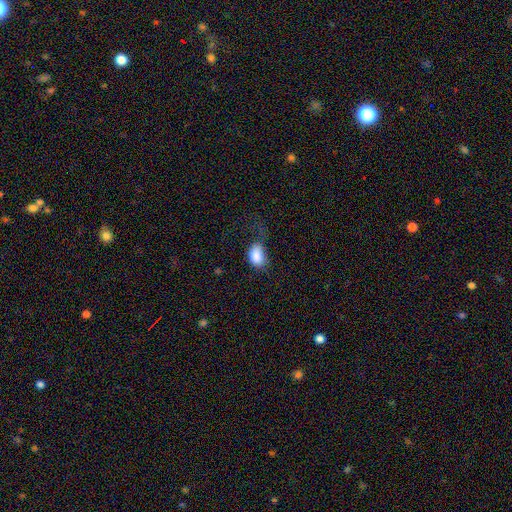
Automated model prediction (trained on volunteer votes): Smooth or featured? Predicted: smooth (p=0.85). How rounded? Predicted: in between (p=0.82). Merging? Predicted: none (p=0.35).